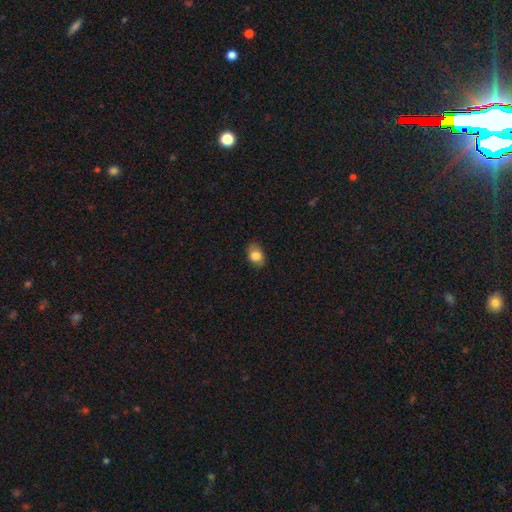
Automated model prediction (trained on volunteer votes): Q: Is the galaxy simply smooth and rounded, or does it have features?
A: smooth — 81%.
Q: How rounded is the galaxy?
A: in between — 73%.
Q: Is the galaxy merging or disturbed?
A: none — 77%.